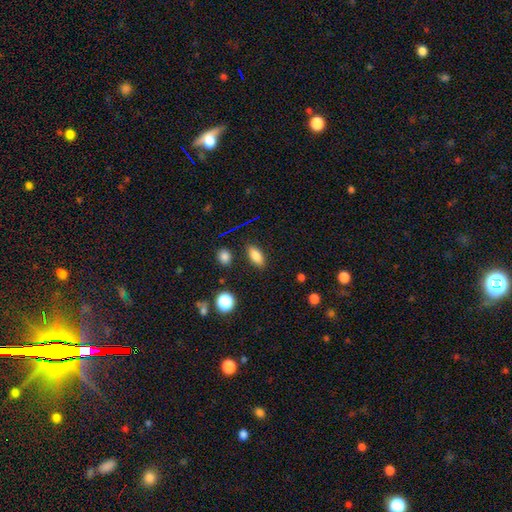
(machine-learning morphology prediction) smooth 81%, star or artifact 10%, featured or disk 8%. Down the decision tree: how rounded — in between (82%); merging — none (86%).